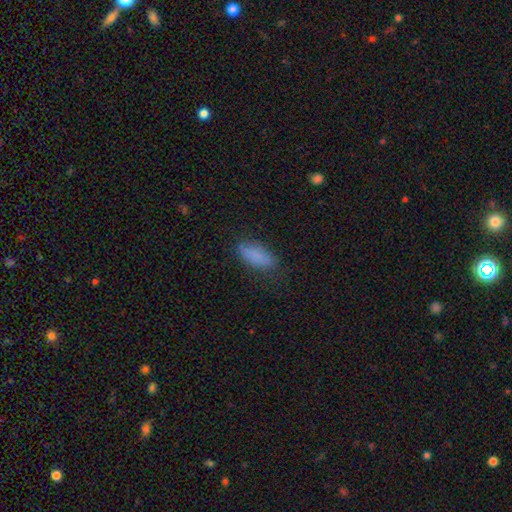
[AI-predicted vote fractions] Q: Smooth or featured?
A: smooth (84%); runner-up: star or artifact (9%)
Q: How rounded?
A: in between (79%); runner-up: cigar-shaped (19%)
Q: Merging?
A: none (75%); runner-up: minor disturbance (18%)